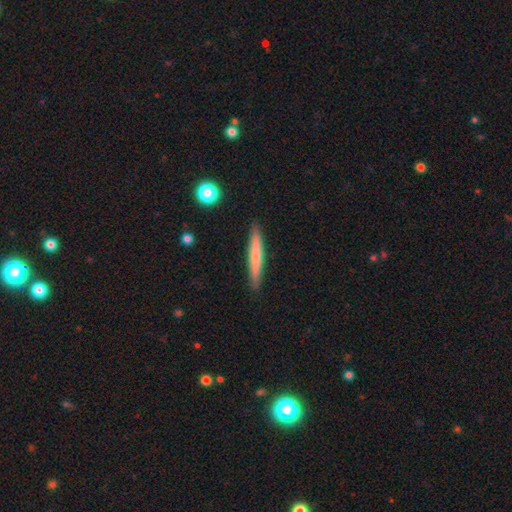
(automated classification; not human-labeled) smooth-or-featured: smooth: 58% | featured or disk: 36% | star or artifact: 6%
  how-rounded: cigar-shaped: 95% | in between: 3% | round: 1%
  merging: none: 90% | minor disturbance: 7% | major disturbance: 1% | merger: 1%